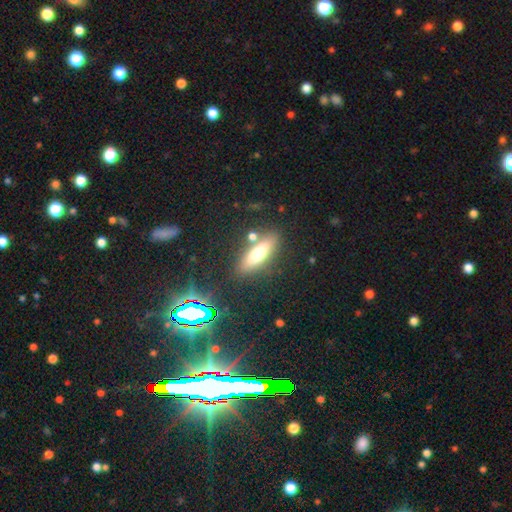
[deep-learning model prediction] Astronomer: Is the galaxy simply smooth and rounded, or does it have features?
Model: smooth — 59%.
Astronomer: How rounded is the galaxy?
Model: cigar-shaped — 51% (runner-up: in between, 46%).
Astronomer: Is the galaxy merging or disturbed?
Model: none — 81%.